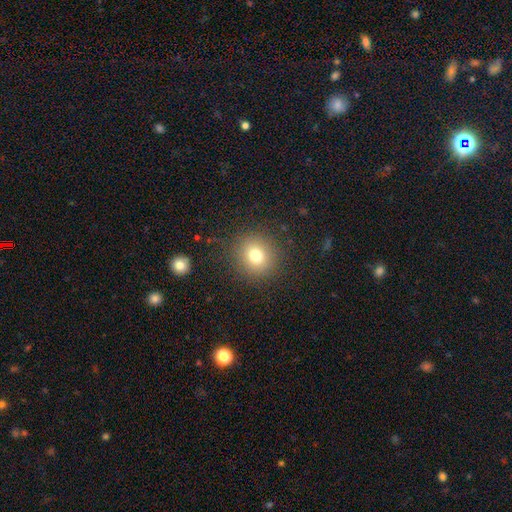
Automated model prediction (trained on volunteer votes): Smooth or featured: smooth — 76% (star or artifact — 14%)
How rounded: round — 88% (in between — 11%)
Merging: none — 87% (minor disturbance — 7%)